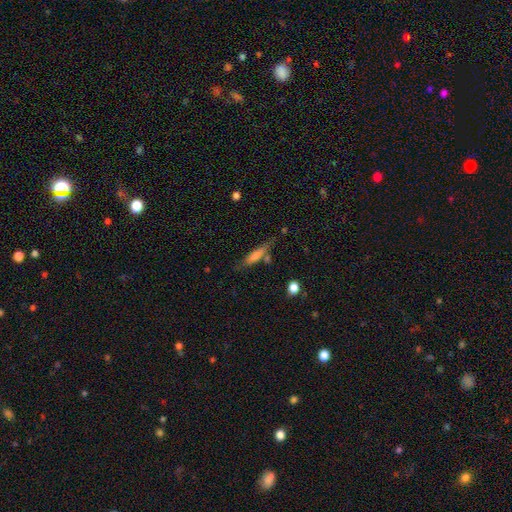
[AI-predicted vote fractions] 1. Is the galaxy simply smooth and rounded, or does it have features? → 59% smooth, 32% featured or disk, 8% star or artifact.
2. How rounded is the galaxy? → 82% cigar-shaped, 15% in between, 2% round.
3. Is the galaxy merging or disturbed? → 67% none, 20% minor disturbance, 7% merger, 6% major disturbance.